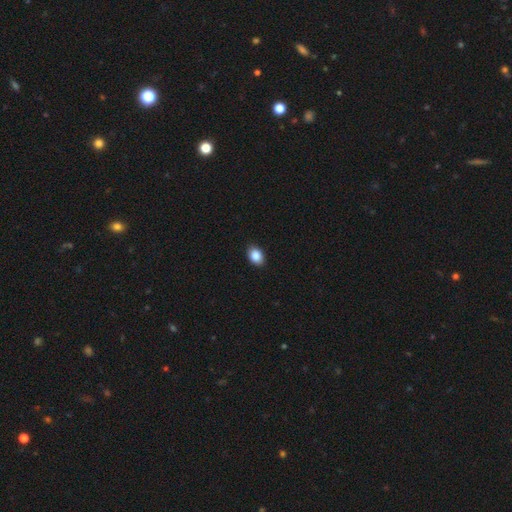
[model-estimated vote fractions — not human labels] This is clearly a smooth galaxy (88%). How rounded: likely in between (77%). Merging: clearly none (89%).